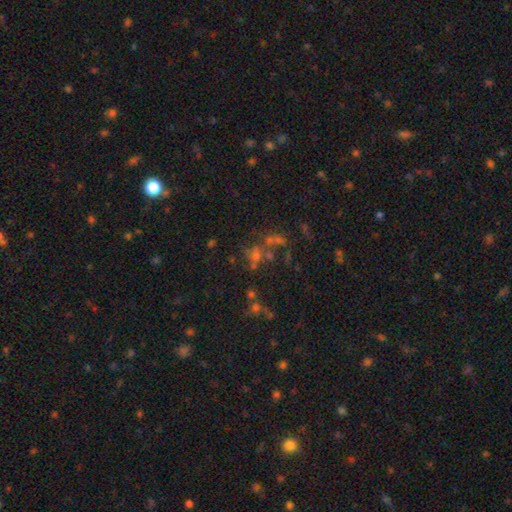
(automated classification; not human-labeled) A star or artifact, not a galaxy (43%).

Vote fractions:
- Smooth or featured? star or artifact: 43% / smooth: 34% / featured or disk: 22%